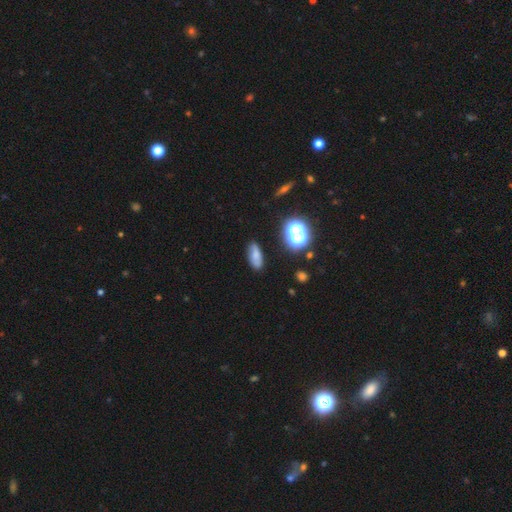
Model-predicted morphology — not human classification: Overall: smooth (68%). How rounded: in between (76%). Merging: none (79%).